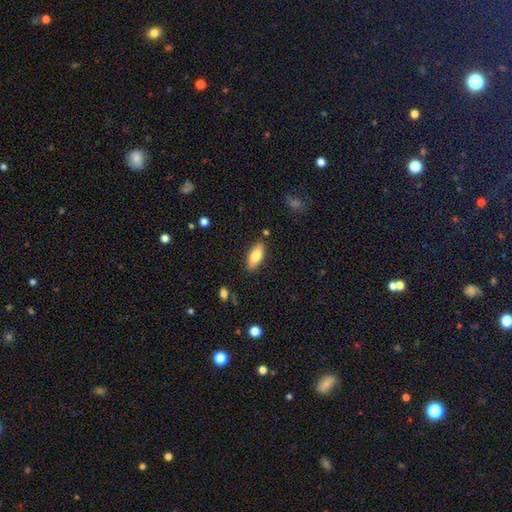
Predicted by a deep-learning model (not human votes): Smooth or featured? smooth (82%)
How rounded? in between (81%)
Merging? none (84%)